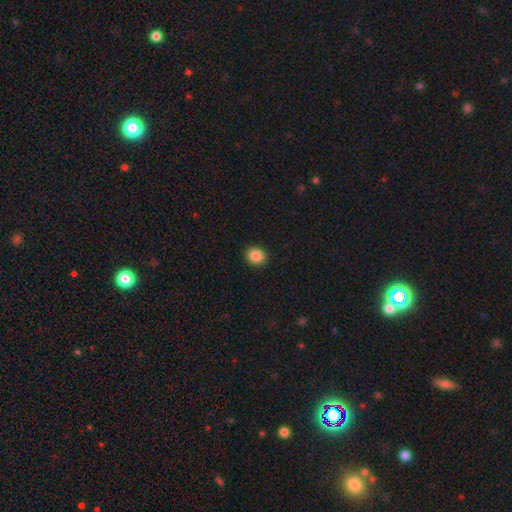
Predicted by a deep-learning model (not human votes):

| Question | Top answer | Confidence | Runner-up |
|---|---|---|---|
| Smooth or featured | smooth | 87% | star or artifact (9%) |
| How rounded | round | 75% | in between (24%) |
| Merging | none | 91% | minor disturbance (6%) |